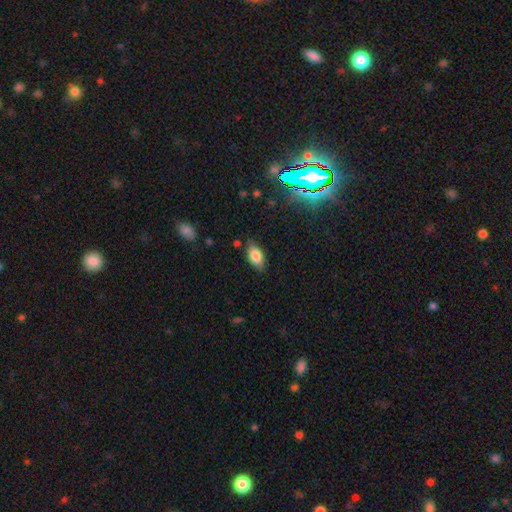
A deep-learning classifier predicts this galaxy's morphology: The model was most divided on "merging": none: 80%, minor disturbance: 15%, major disturbance: 3%, merger: 2%. More confident: how rounded — in between (90%); smooth or featured — smooth (79%).